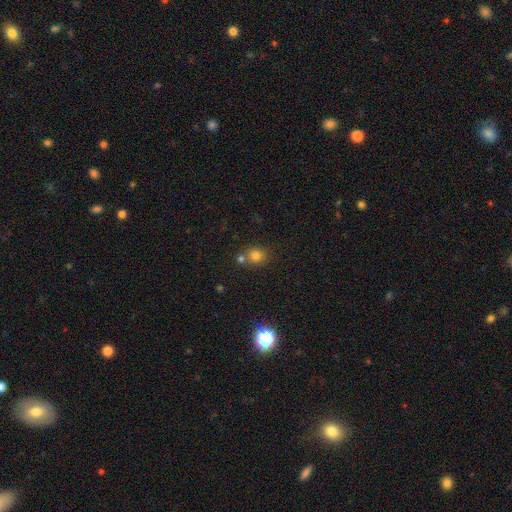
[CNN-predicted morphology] This appears to be a smooth galaxy with no disk features (77%) that is round (79%). Merging: none (62%).